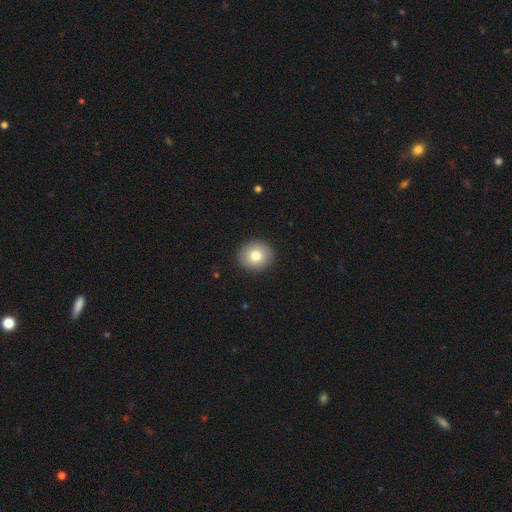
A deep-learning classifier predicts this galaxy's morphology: Smooth or featured: smooth — 80% (featured or disk — 11%)
How rounded: round — 83% (in between — 16%)
Merging: none — 92% (minor disturbance — 6%)